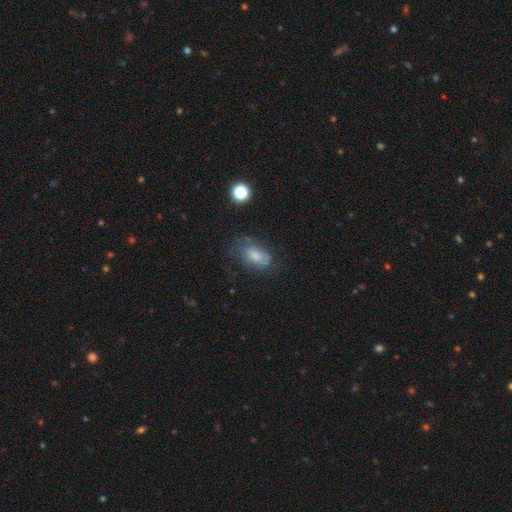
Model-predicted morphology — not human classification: Overall: smooth (62%; featured or disk 27%). How rounded: in between (88%). Merging: none (52%; minor disturbance 27%).